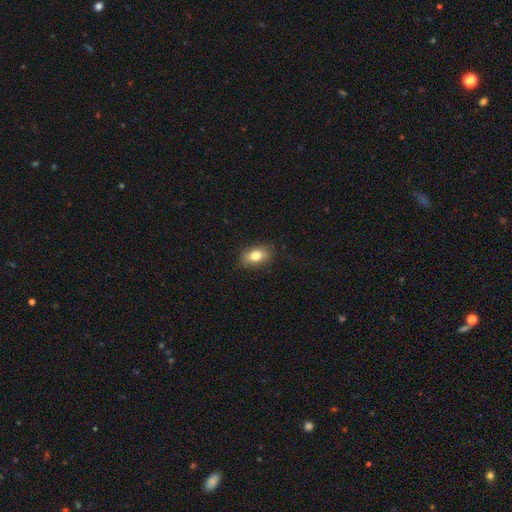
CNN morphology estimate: This appears to be a smooth galaxy with no disk features (79%) that is in between round and cigar-shaped (85%). Merging: none (84%).